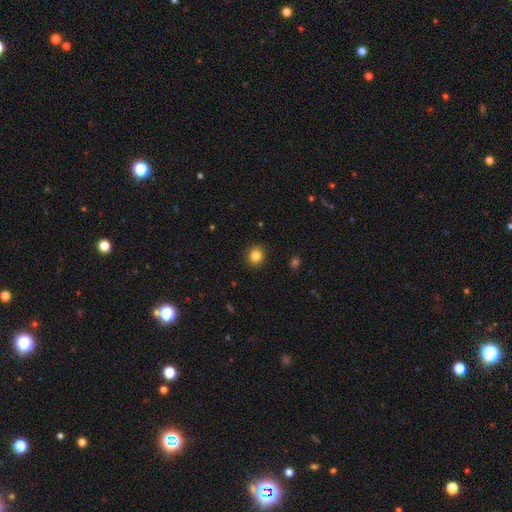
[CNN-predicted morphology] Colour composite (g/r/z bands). It shows a smooth galaxy with no disk features (84%) that is round (87%). Merging: none (91%).